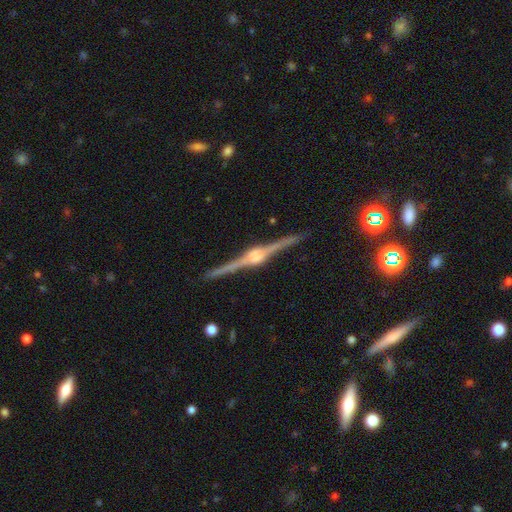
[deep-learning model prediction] Smooth or featured?
  - featured or disk: 91% *
  - star or artifact: 5%
  - smooth: 4%
Edge-on disk?
  - yes: 99% *
  - no: 1%
Edge-on bulge?
  - rounded: 86% *
  - boxy: 12%
  - none: 2%
Merging?
  - none: 91% *
  - minor disturbance: 6%
  - major disturbance: 1%
  - merger: 1%